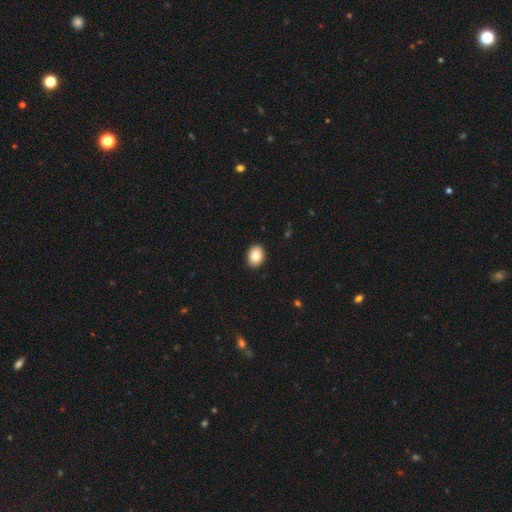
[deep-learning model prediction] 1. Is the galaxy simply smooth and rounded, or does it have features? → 85% smooth, 8% star or artifact, 7% featured or disk.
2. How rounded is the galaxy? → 66% in between, 33% round, 1% cigar-shaped.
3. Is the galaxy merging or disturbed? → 91% none, 6% minor disturbance, 2% major disturbance, 1% merger.